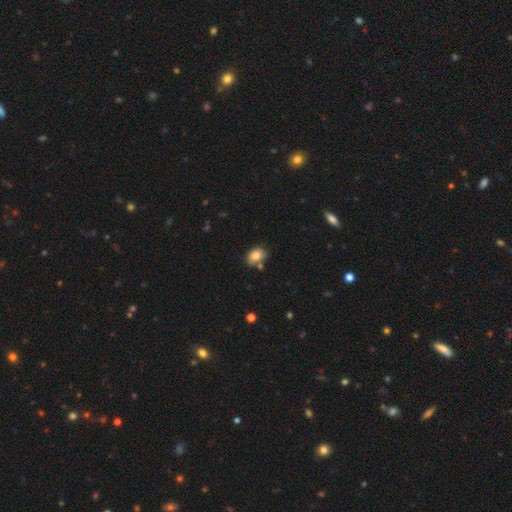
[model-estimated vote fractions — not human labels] Q: Smooth or featured?
A: smooth (83%); runner-up: star or artifact (9%)
Q: How rounded?
A: in between (74%); runner-up: round (25%)
Q: Merging?
A: none (65%); runner-up: minor disturbance (18%)